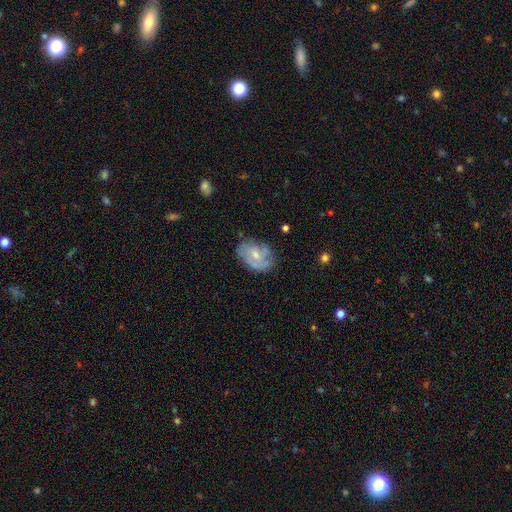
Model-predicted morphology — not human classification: Q: Smooth or featured?
A: featured or disk (64%); runner-up: smooth (29%)
Q: Edge-on disk?
A: no (97%); runner-up: yes (3%)
Q: Bar?
A: no (61%); runner-up: weak (34%)
Q: Spiral arms?
A: yes (78%); runner-up: no (22%)
Q: Bulge size?
A: moderate (46%); tied with: small (46%)
Q: Merging?
A: none (63%); runner-up: minor disturbance (25%)